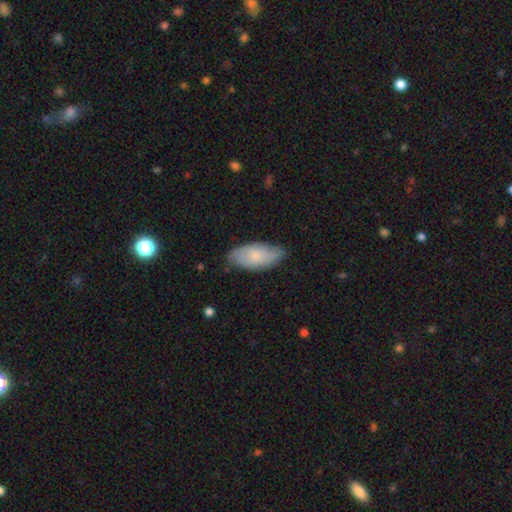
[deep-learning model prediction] Smooth or featured? smooth (60%)
How rounded? in between (90%)
Merging? none (74%)